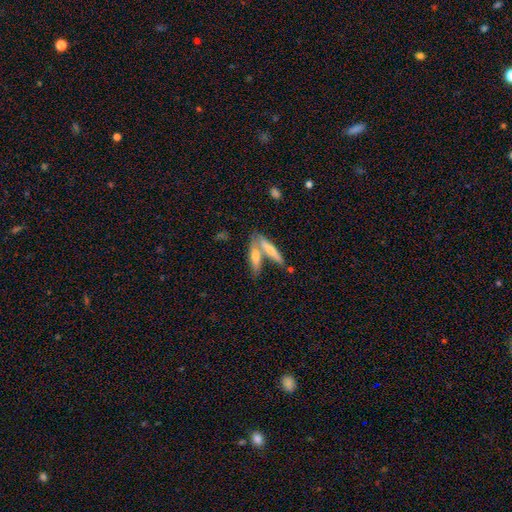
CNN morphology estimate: A featured or disk galaxy (49%). Merging: none (43%).